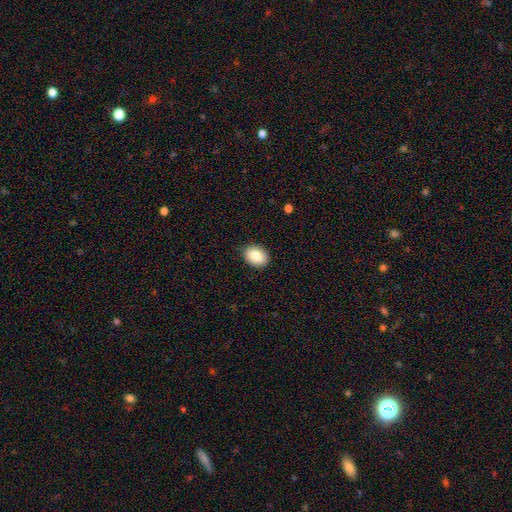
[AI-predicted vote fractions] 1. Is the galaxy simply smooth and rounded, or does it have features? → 84% smooth, 8% star or artifact, 8% featured or disk.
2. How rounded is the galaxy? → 64% in between, 35% round, 1% cigar-shaped.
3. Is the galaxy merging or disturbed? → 90% none, 8% minor disturbance, 2% major disturbance, 1% merger.